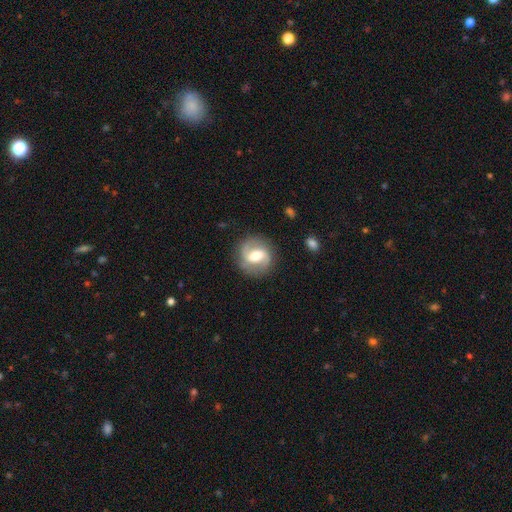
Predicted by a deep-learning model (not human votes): A featured or disk galaxy (76%) with a weak bar (46%), 2 (90%) medium (46%) spiral arms (90%) and a moderate central bulge (69%).

Vote fractions:
- Smooth or featured? featured or disk: 76% / smooth: 18% / star or artifact: 6%
- Edge-on disk? no: 97% / yes: 3%
- Bar? weak: 46% / strong: 30% / no: 24%
- Spiral arms? yes: 90% / no: 10%
- Spiral winding? medium: 46% / loose: 36% / tight: 19%
- Spiral arm count? 2: 90% / can't tell: 4% / 1: 3% / 3: 1% / 4: 1% / more than 4: 1%
- Bulge size? moderate: 69% / small: 17% / large: 11% / dominant: 1% / none: 1%
- Merging? none: 84% / minor disturbance: 10% / major disturbance: 4% / merger: 1%